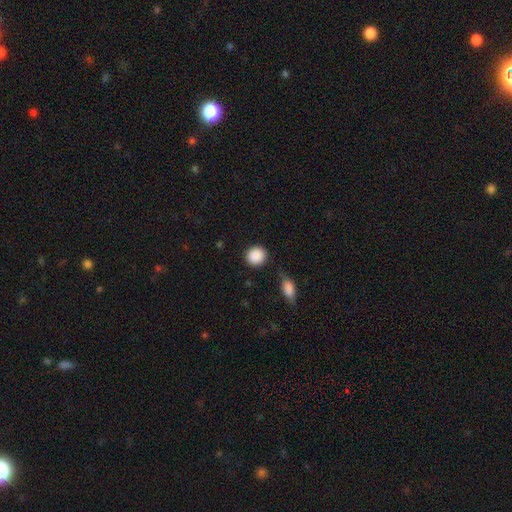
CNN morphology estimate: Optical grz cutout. It shows a smooth galaxy with no disk features (89%) that is round (86%). Merging: none (83%).